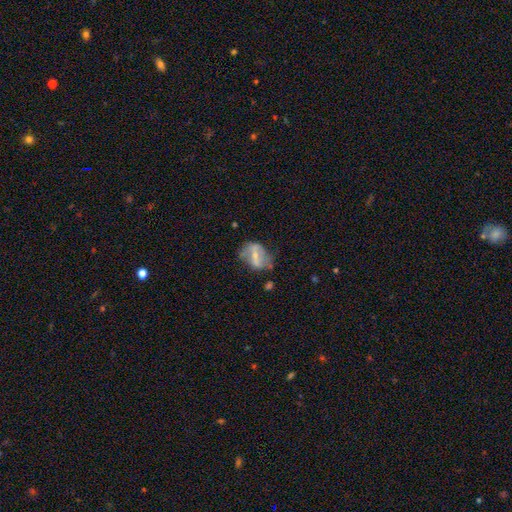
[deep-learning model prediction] Smooth or featured?
  - featured or disk: 60% *
  - smooth: 32%
  - star or artifact: 8%
Edge-on disk?
  - no: 93% *
  - yes: 7%
Bar?
  - strong: 53% *
  - weak: 30%
  - no: 16%
Spiral arms?
  - no: 56% *
  - yes: 44%
Bulge size?
  - small: 54% *
  - moderate: 34%
  - none: 9%
  - large: 2%
  - dominant: 1%
Merging?
  - none: 48% *
  - minor disturbance: 29%
  - major disturbance: 19%
  - merger: 4%